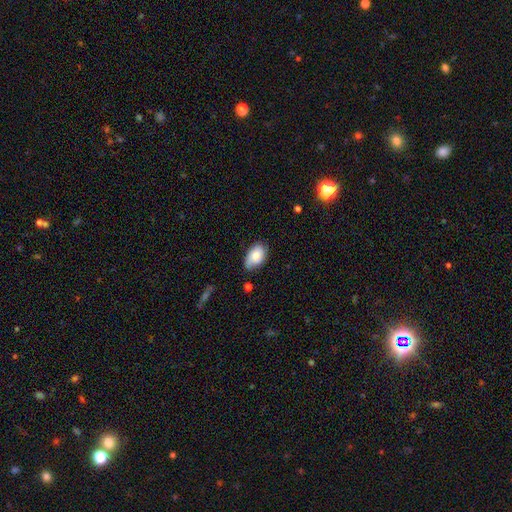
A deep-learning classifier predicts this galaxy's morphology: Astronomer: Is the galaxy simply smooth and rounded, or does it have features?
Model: smooth — 71%.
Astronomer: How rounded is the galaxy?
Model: in between — 90%.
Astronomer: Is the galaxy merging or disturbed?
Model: none — 60%.